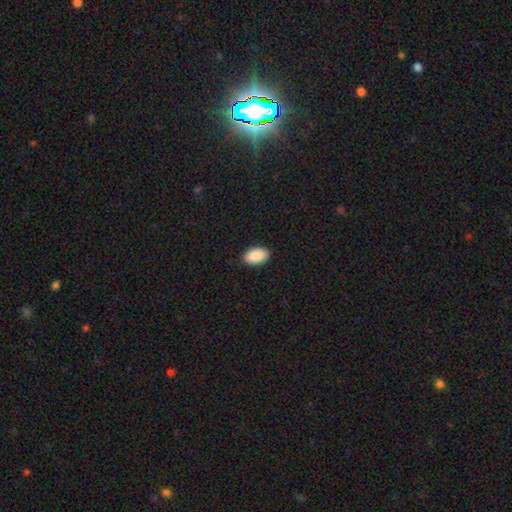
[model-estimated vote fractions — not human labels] The model was most divided on "merging": none: 88%, minor disturbance: 9%, major disturbance: 2%, merger: 1%. More confident: how rounded — in between (93%); smooth or featured — smooth (91%).